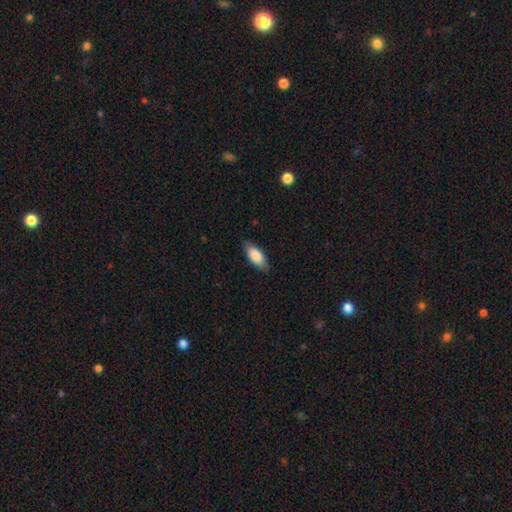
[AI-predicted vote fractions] Overall: smooth (83%). How rounded: in between (86%). Merging: none (83%).